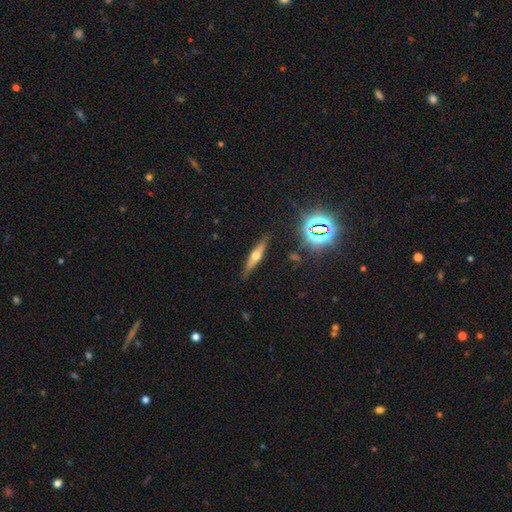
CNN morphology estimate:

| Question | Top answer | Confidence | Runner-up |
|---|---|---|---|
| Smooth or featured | featured or disk | 55% | smooth (34%) |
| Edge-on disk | yes | 92% | no (8%) |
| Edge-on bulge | rounded | 90% | boxy (5%) |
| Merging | none | 86% | minor disturbance (10%) |